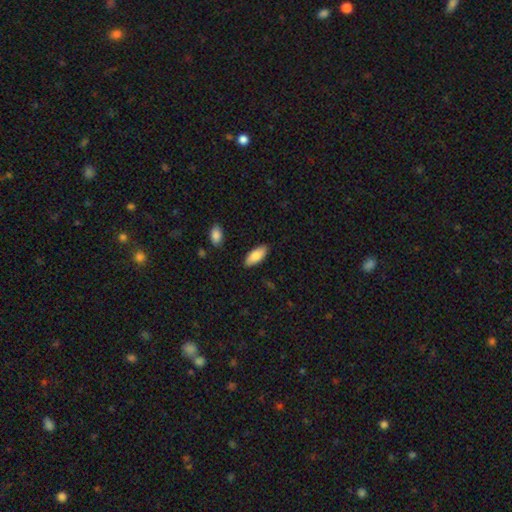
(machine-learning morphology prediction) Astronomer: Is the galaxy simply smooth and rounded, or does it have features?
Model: smooth — 85%.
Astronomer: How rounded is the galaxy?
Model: in between — 83%.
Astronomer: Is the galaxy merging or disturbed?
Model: none — 87%.